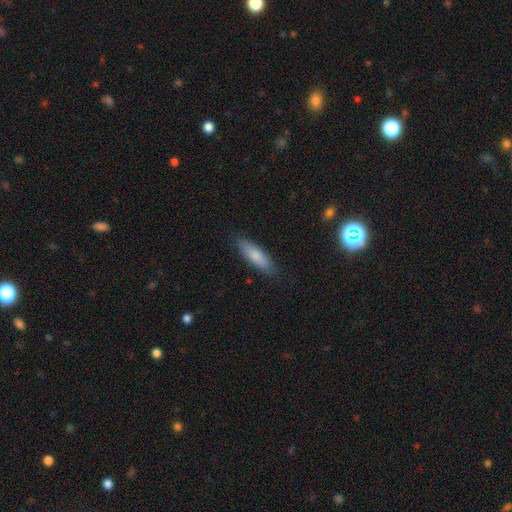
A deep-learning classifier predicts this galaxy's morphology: This appears to be a smooth galaxy with no disk features (79%) that is cigar-shaped (56%). Merging: none (85%).